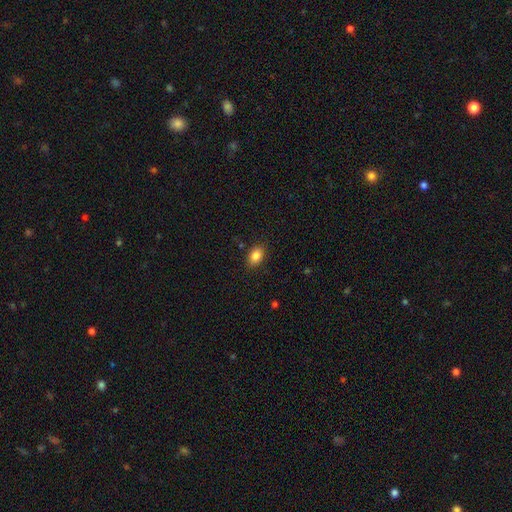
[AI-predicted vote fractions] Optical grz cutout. It shows a smooth galaxy with no disk features (85%) that is in between round and cigar-shaped (80%). Merging: none (86%).